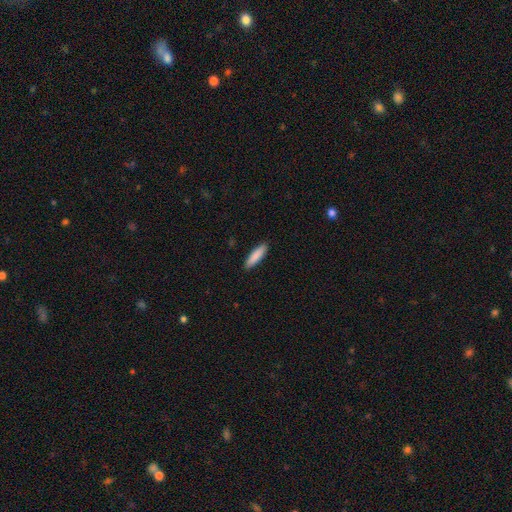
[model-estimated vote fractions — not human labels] Q: Smooth or featured?
A: smooth (87%); runner-up: featured or disk (7%)
Q: How rounded?
A: cigar-shaped (72%); runner-up: in between (27%)
Q: Merging?
A: none (91%); runner-up: minor disturbance (7%)